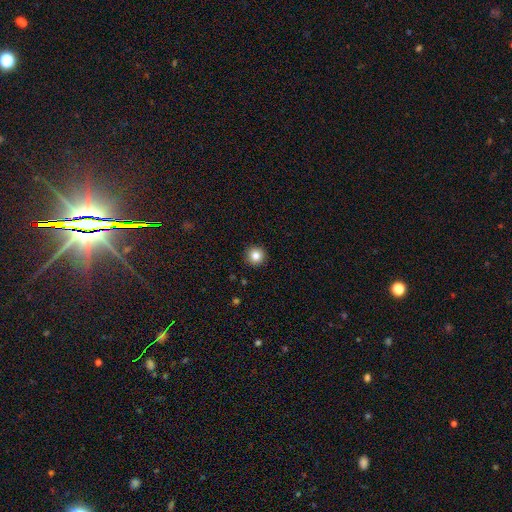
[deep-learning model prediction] The model was most divided on "smooth or featured": smooth: 85%, star or artifact: 10%, featured or disk: 6%. More confident: how rounded — round (96%); merging — none (93%).